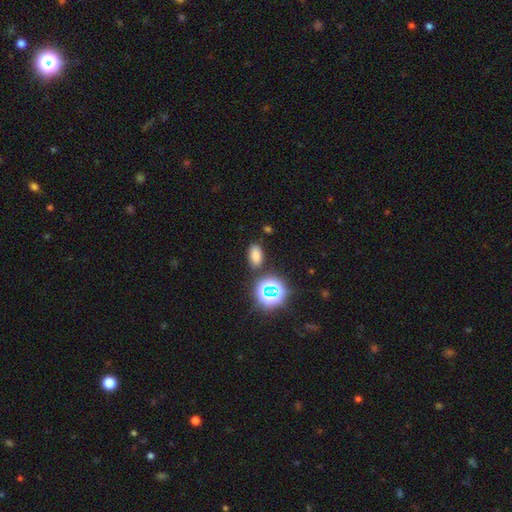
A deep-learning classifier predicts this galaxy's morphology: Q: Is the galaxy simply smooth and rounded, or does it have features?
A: smooth — 72%.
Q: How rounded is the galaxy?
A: in between — 87%.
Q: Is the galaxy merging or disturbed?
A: none — 82%.